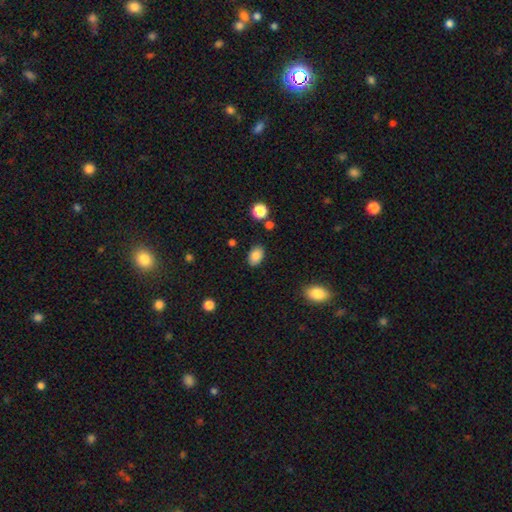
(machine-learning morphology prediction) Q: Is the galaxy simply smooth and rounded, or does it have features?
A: smooth — 86%.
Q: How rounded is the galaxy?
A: in between — 86%.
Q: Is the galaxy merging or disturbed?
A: none — 85%.